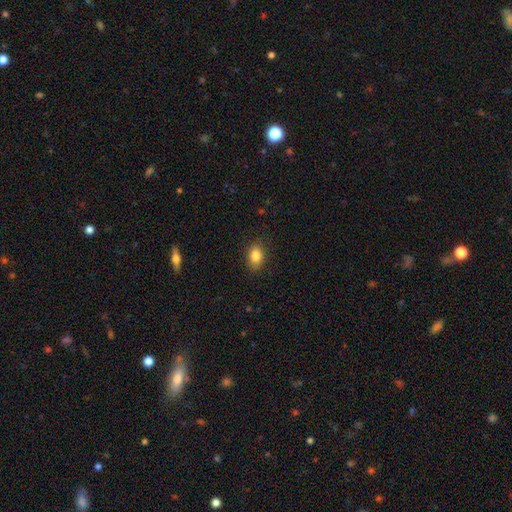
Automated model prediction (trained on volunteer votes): This appears to be a smooth galaxy with no disk features (84%) that is in between round and cigar-shaped (80%). Merging: none (85%).